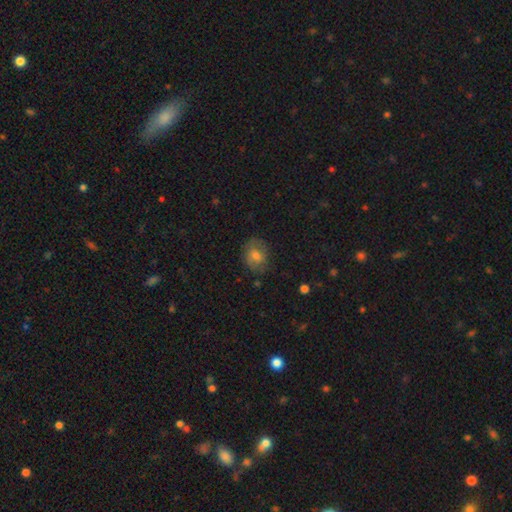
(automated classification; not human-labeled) Smooth or featured? smooth (64%)
How rounded? round (55%)
Merging? none (74%)